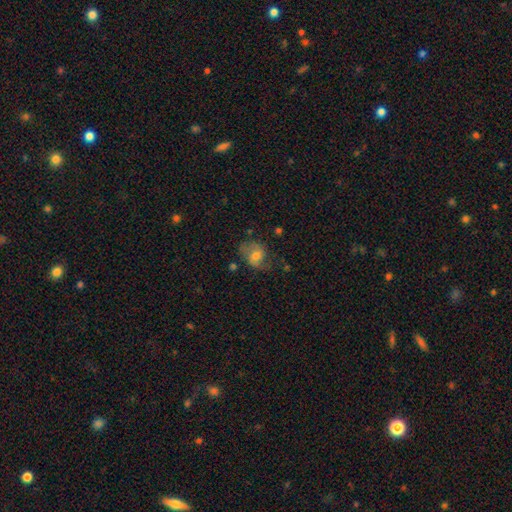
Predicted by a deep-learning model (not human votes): Overall: smooth (51%; featured or disk 40%). How rounded: in between (59%; round 40%). Merging: none (54%; minor disturbance 27%).